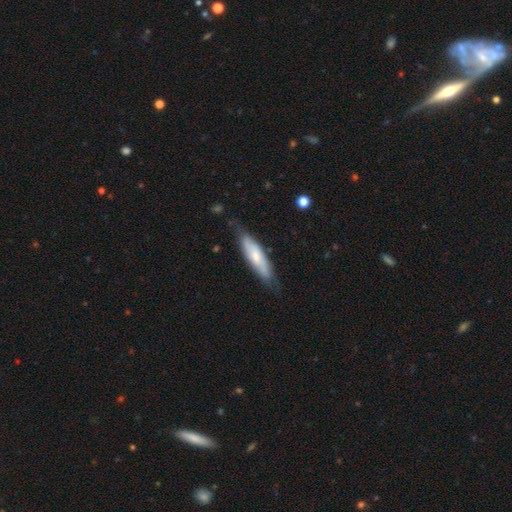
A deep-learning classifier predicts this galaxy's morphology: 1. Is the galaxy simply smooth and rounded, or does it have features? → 58% smooth, 36% featured or disk, 6% star or artifact.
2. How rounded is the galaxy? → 63% cigar-shaped, 35% in between, 1% round.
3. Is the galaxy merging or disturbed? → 69% none, 24% minor disturbance, 5% major disturbance, 2% merger.